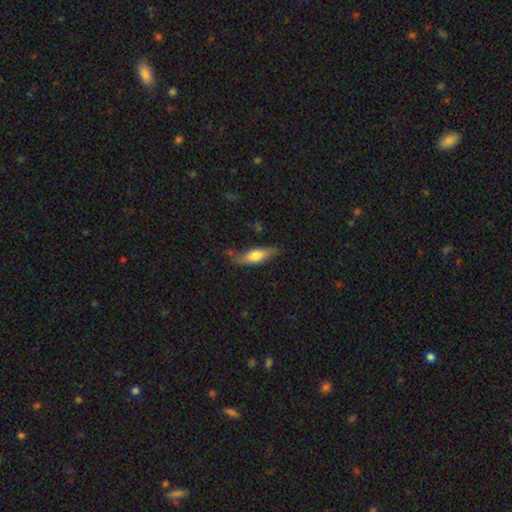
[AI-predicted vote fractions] This is likely a smooth galaxy (61%). How rounded: possibly in between (54%). Merging: likely none (62%).